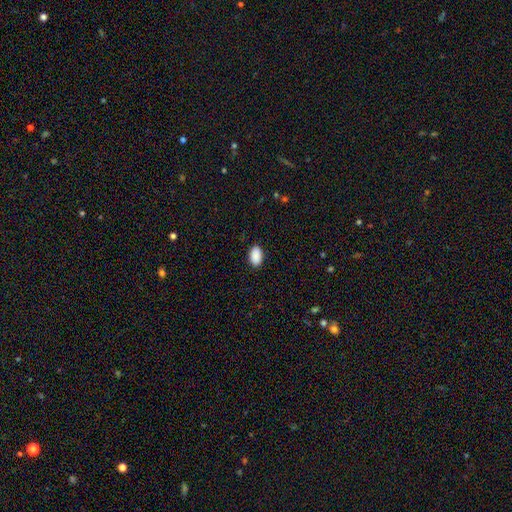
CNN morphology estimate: Overall: smooth (91%). How rounded: in between (92%). Merging: none (89%).